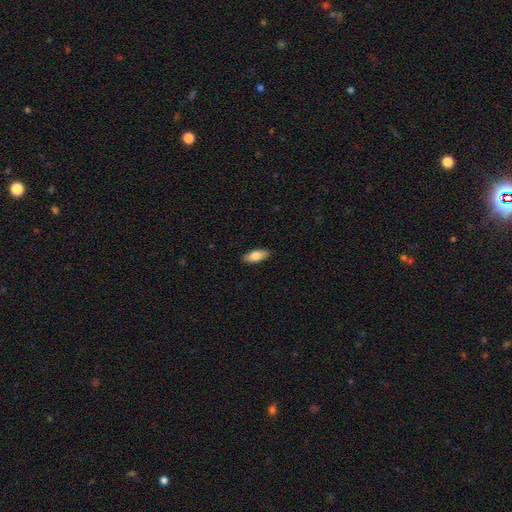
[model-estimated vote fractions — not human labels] Morphology: type=smooth (81%); roundness=in between (79%); merging=none (88%).